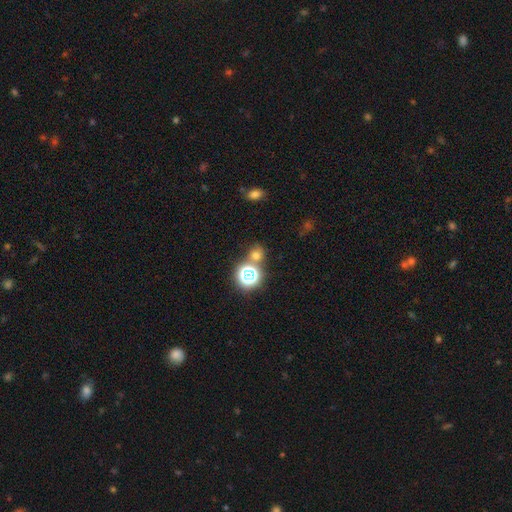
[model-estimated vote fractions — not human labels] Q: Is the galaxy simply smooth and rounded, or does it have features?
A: smooth — 67%.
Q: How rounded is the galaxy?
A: round — 84%.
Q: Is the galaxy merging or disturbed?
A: none — 66%.